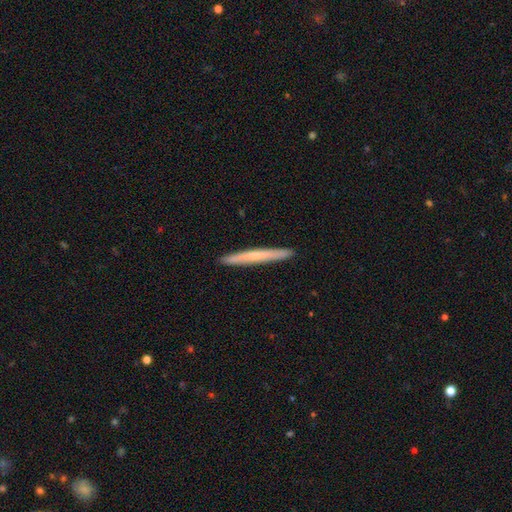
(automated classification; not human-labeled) Q: Smooth or featured?
A: smooth (54%); runner-up: featured or disk (40%)
Q: How rounded?
A: cigar-shaped (97%); runner-up: in between (2%)
Q: Merging?
A: none (93%); runner-up: minor disturbance (5%)